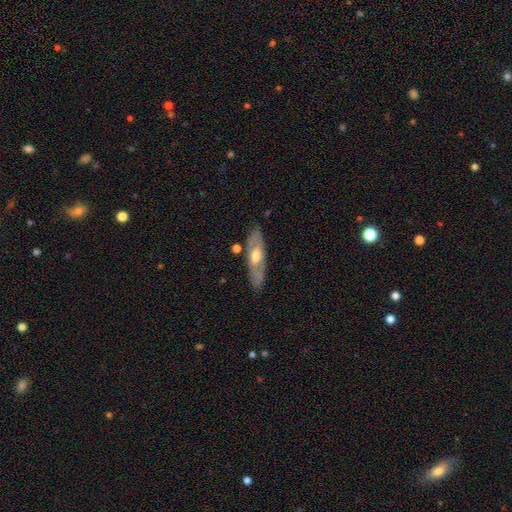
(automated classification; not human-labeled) Smooth or featured?
  - featured or disk: 55% *
  - smooth: 40%
  - star or artifact: 5%
Edge-on disk?
  - no: 61% *
  - yes: 39%
Merging?
  - none: 79% *
  - minor disturbance: 14%
  - major disturbance: 4%
  - merger: 3%